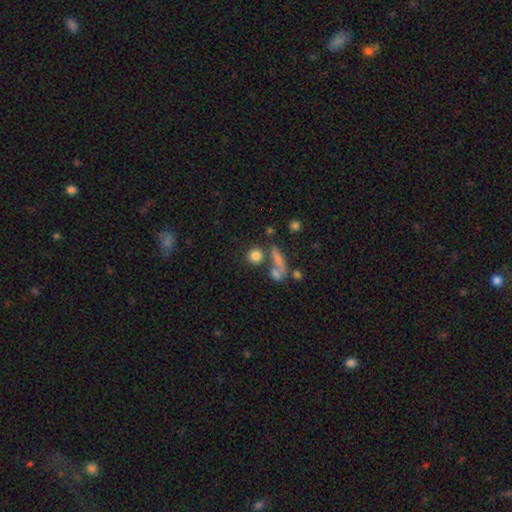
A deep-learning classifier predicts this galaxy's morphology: smooth 79%, star or artifact 12%, featured or disk 9%. Down the decision tree: how rounded — round (84%); merging — none (67%).